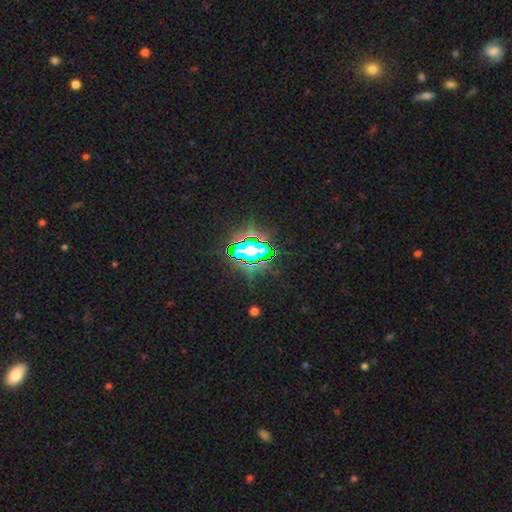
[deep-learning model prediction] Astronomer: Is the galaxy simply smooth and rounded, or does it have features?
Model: star or artifact — 77%.